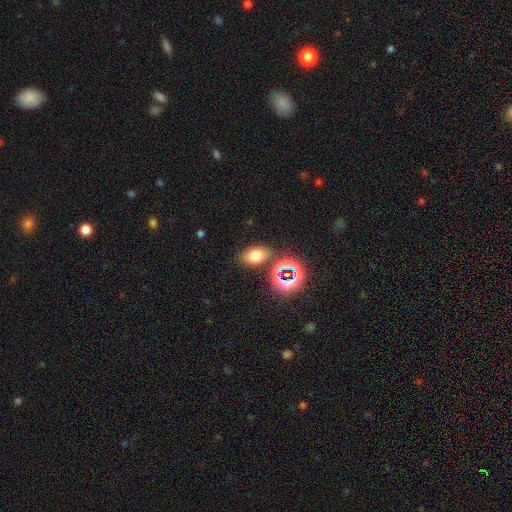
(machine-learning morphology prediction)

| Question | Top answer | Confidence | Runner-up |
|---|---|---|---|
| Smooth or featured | smooth | 67% | star or artifact (21%) |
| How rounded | in between | 80% | round (18%) |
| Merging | none | 75% | minor disturbance (12%) |